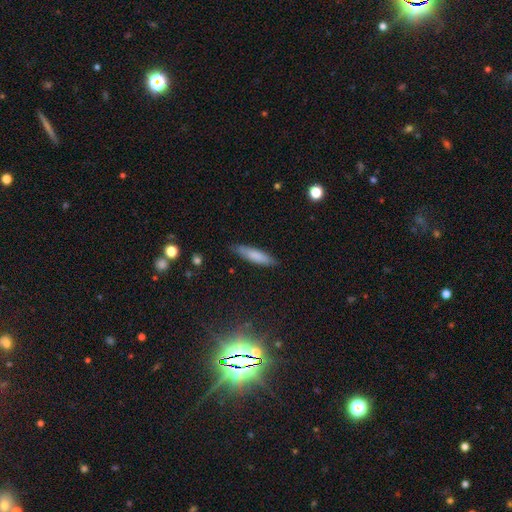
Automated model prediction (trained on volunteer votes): smooth-or-featured: smooth: 78% | featured or disk: 16% | star or artifact: 6%
  how-rounded: cigar-shaped: 73% | in between: 26% | round: 1%
  merging: none: 83% | minor disturbance: 13% | major disturbance: 2% | merger: 1%